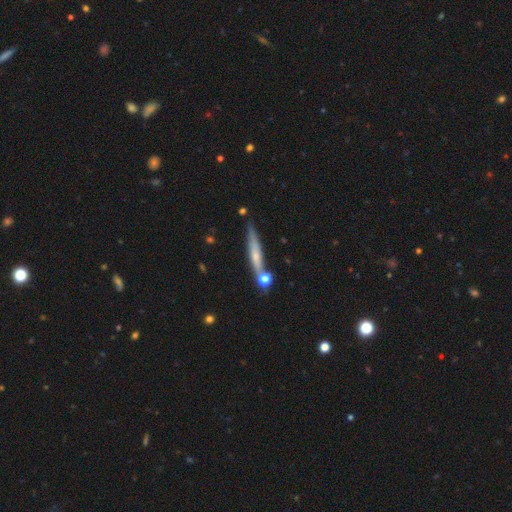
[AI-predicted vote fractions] smooth-or-featured: featured or disk: 46% (tied) | smooth: 46% (tied) | star or artifact: 8%
  merging: none: 71% | minor disturbance: 14% | merger: 11% | major disturbance: 4%